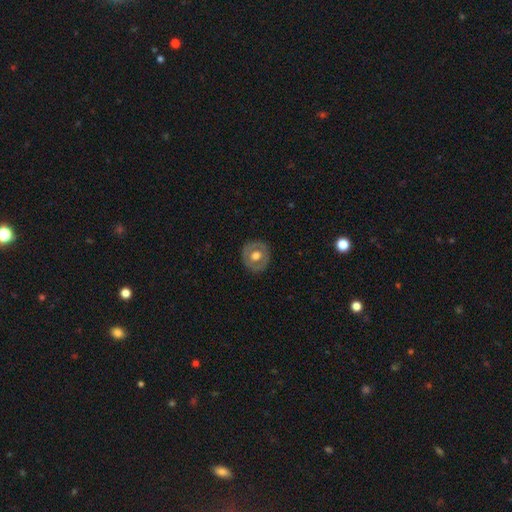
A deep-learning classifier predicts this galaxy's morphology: Q: Smooth or featured?
A: featured or disk (48%); runner-up: smooth (46%)
Q: Merging?
A: none (84%); runner-up: minor disturbance (12%)